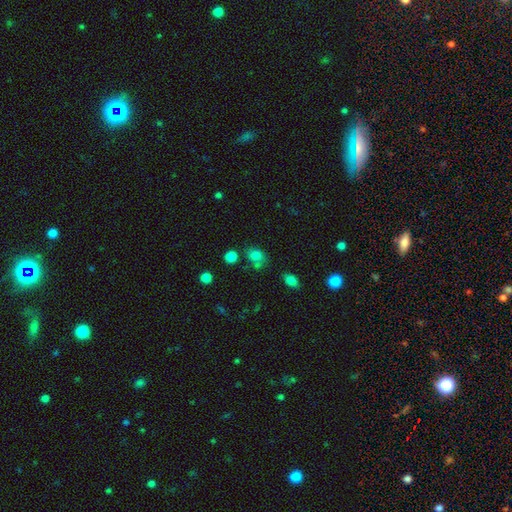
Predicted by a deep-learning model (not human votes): smooth_or_featured: smooth (p=0.78) [alt: star or artifact p=0.14]
how_rounded: in between (p=0.54) [alt: round p=0.45]
merging: none (p=0.59) [alt: minor disturbance p=0.18]